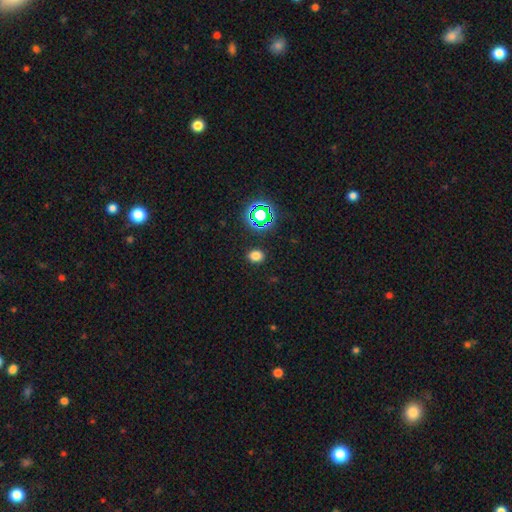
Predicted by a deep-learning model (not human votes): Smooth or featured? Predicted: smooth (p=0.74). How rounded? Predicted: in between (p=0.52). Merging? Predicted: none (p=0.88).